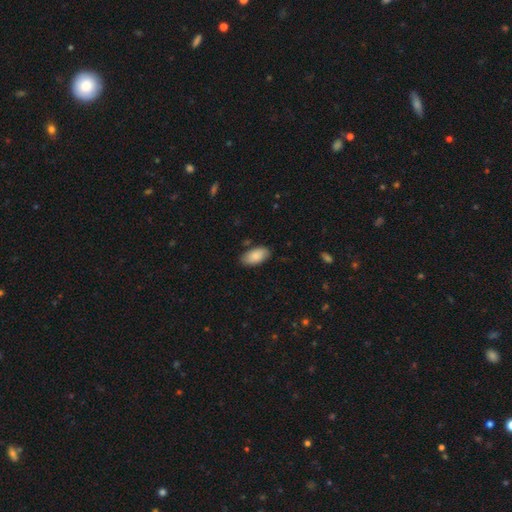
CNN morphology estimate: Smooth or featured?
  - smooth: 86% *
  - featured or disk: 8%
  - star or artifact: 6%
How rounded?
  - in between: 94% *
  - cigar-shaped: 4%
  - round: 2%
Merging?
  - none: 82% *
  - minor disturbance: 14%
  - major disturbance: 3%
  - merger: 2%